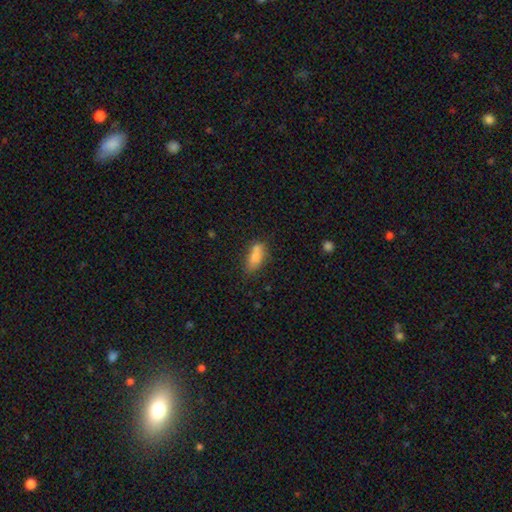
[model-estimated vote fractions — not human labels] Smooth or featured: smooth — 78% (featured or disk — 12%)
How rounded: in between — 81% (cigar-shaped — 14%)
Merging: none — 49% (minor disturbance — 22%)